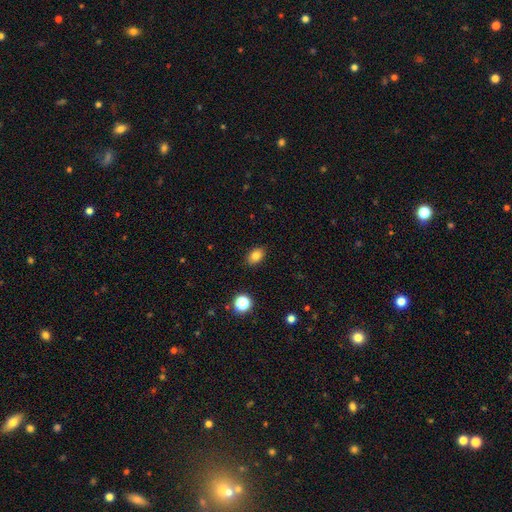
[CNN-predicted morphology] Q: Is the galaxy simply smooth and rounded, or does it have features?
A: smooth — 83%.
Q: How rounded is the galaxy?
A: in between — 80%.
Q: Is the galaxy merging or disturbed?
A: none — 87%.